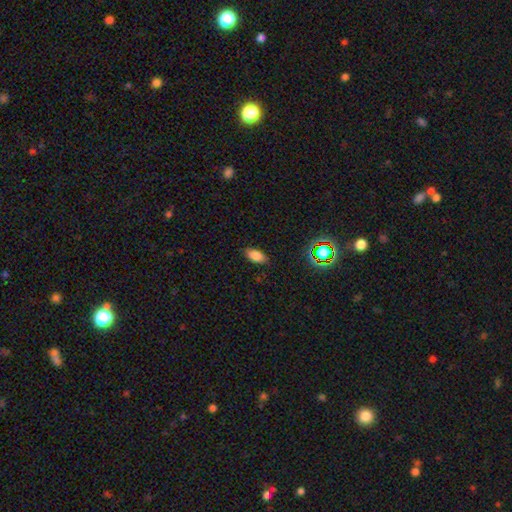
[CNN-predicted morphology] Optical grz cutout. It shows a smooth galaxy with no disk features (81%) that is in between round and cigar-shaped (90%). Merging: none (86%).